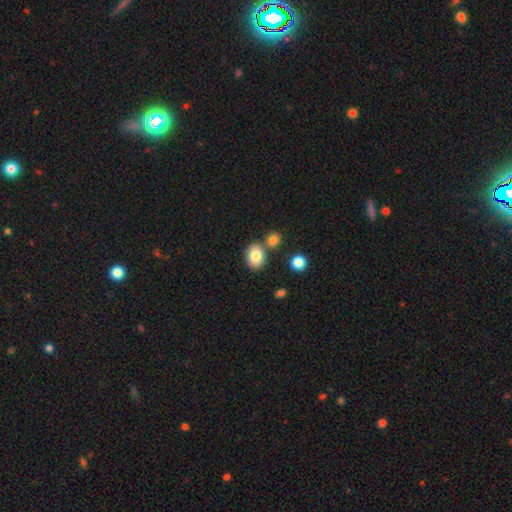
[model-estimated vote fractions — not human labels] A smooth galaxy with no disk features (82%) that is in between round and cigar-shaped (70%).

Vote fractions:
- Smooth or featured? smooth: 82% / featured or disk: 9% / star or artifact: 9%
- How rounded? in between: 70% / round: 29% / cigar-shaped: 1%
- Merging? none: 67% / merger: 18% / minor disturbance: 12% / major disturbance: 3%